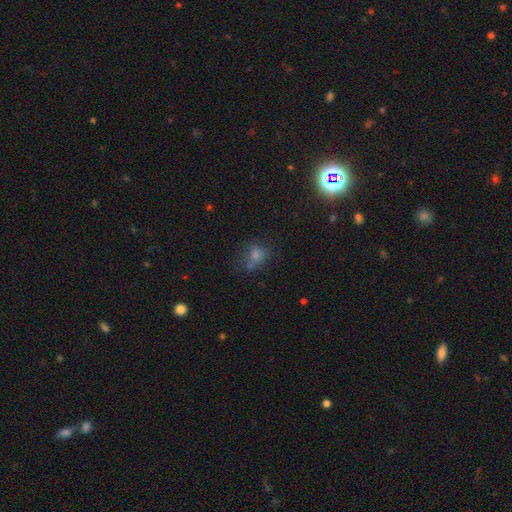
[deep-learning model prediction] This appears to be a smooth galaxy with no disk features (67%) that is round (53%). Merging: none (47%).